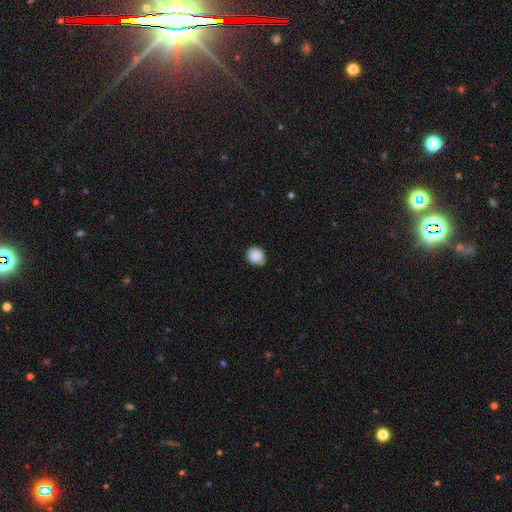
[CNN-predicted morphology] A smooth galaxy with no disk features (88%) that is round (87%). Merging: none (72%).